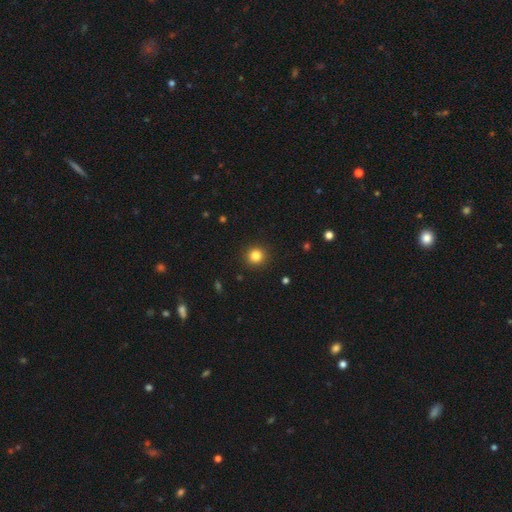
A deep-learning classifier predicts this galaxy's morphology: type=smooth (83%); roundness=round (93%); merging=none (92%).